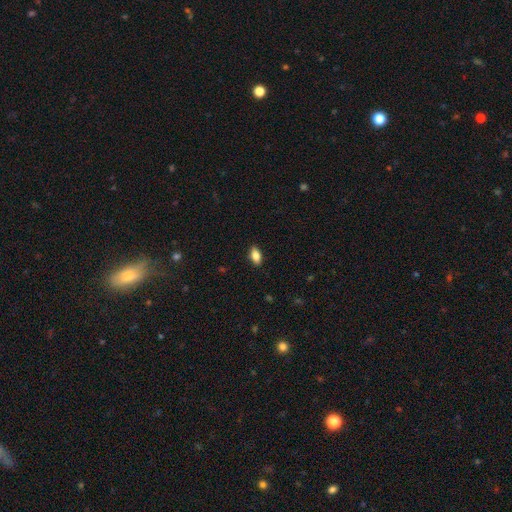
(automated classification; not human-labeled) This appears to be a smooth galaxy with no disk features (82%) that is in between round and cigar-shaped (89%). Merging: none (88%).